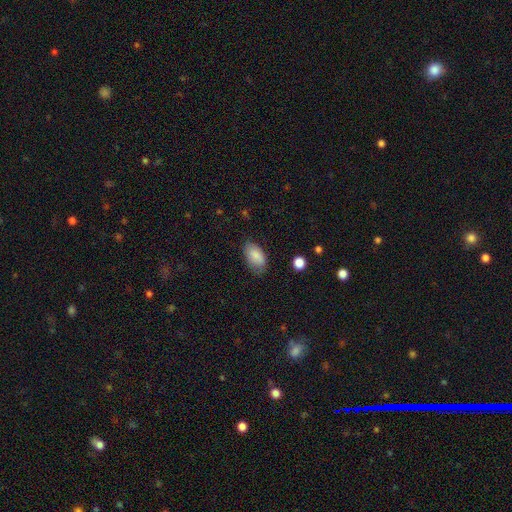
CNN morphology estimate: This appears to be a smooth galaxy with no disk features (85%) that is in between round and cigar-shaped (94%). Merging: none (69%).